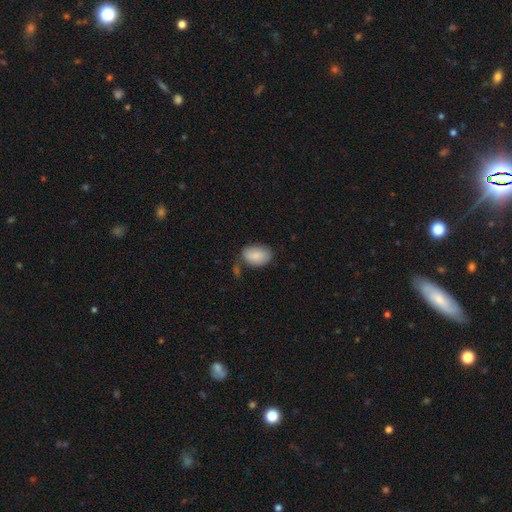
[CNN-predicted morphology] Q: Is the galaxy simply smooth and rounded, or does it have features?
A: smooth — 85%.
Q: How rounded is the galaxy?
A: in between — 87%.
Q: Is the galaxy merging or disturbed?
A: none — 66%.